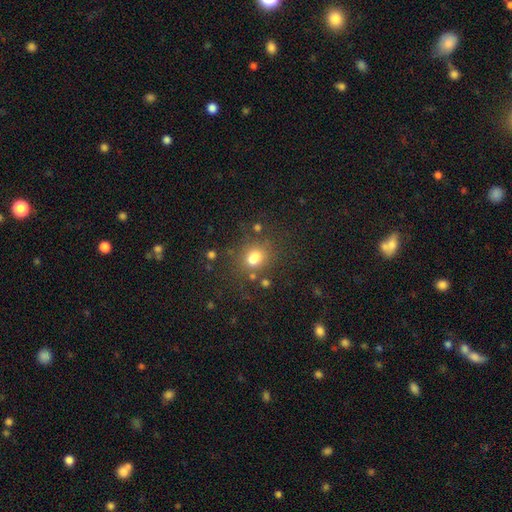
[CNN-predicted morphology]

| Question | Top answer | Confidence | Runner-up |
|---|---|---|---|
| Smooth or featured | smooth | 73% | star or artifact (19%) |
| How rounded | round | 62% | in between (36%) |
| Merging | none | 72% | minor disturbance (13%) |